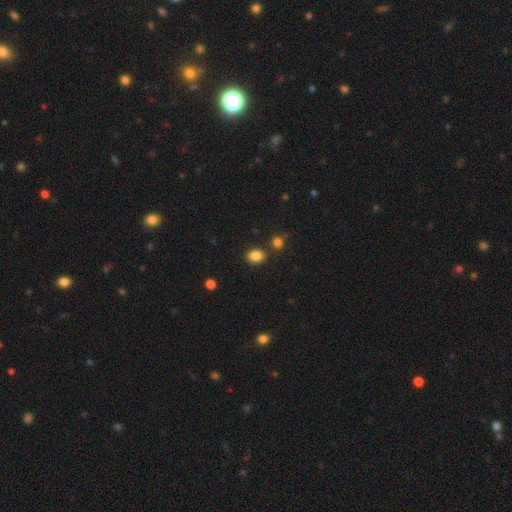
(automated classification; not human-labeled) Smooth or featured? smooth (85%)
How rounded? in between (66%)
Merging? none (77%)